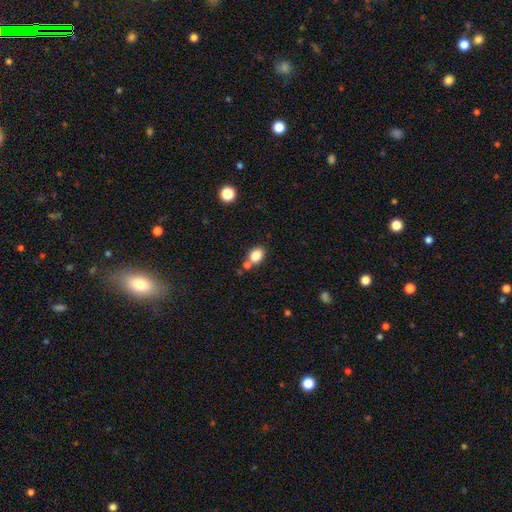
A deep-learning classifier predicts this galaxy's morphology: Smooth or featured?
  - smooth: 84% *
  - star or artifact: 10%
  - featured or disk: 6%
How rounded?
  - in between: 58% *
  - round: 41%
  - cigar-shaped: 1%
Merging?
  - none: 63% *
  - merger: 22%
  - minor disturbance: 12%
  - major disturbance: 4%